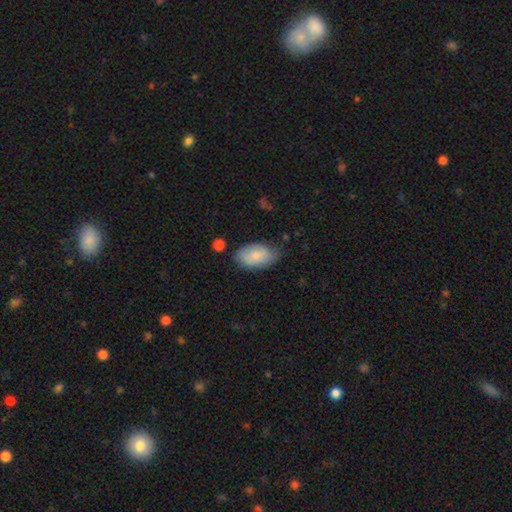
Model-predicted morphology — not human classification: Overall: smooth (74%). How rounded: in between (94%). Merging: none (67%).